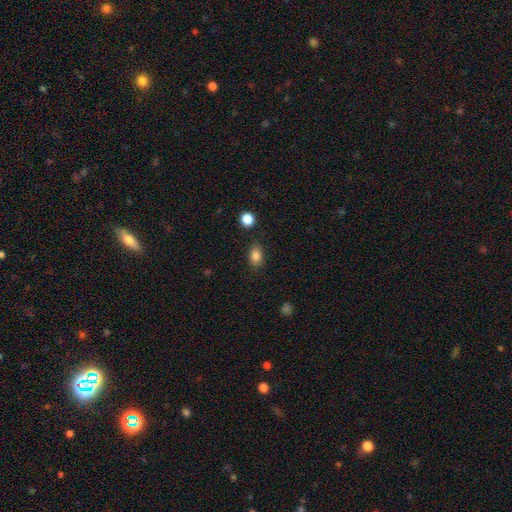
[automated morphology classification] A smooth galaxy with no disk features (86%) that is in between round and cigar-shaped (81%). Merging: none (84%).